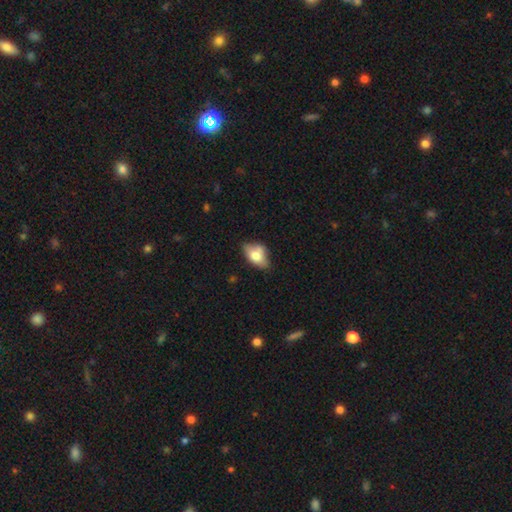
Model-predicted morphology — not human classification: type=smooth (70%); roundness=in between (86%); merging=none (48%).